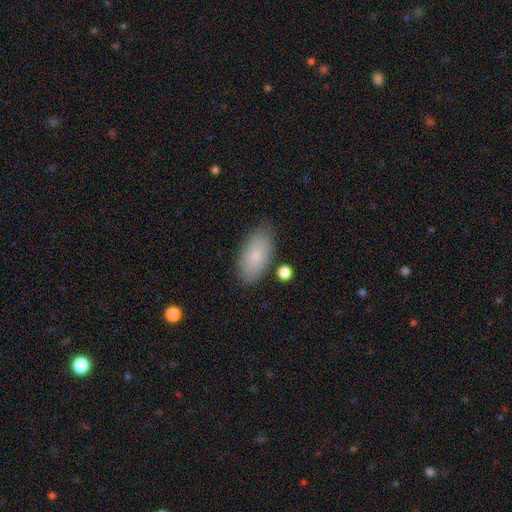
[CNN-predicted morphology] Smooth or featured?
  - smooth: 81% *
  - featured or disk: 12%
  - star or artifact: 6%
How rounded?
  - in between: 93% *
  - cigar-shaped: 4%
  - round: 3%
Merging?
  - none: 82% *
  - minor disturbance: 13%
  - major disturbance: 3%
  - merger: 3%